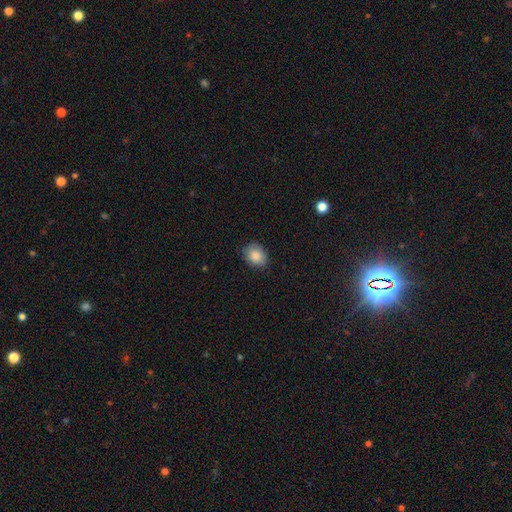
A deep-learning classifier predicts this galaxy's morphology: smooth_or_featured: smooth (p=0.87) [alt: star or artifact p=0.08]
how_rounded: in between (p=0.57) [alt: round p=0.42]
merging: none (p=0.81) [alt: minor disturbance p=0.15]